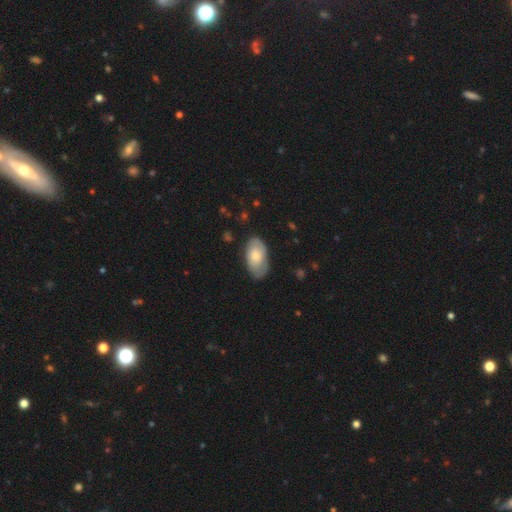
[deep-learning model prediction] Smooth or featured? Predicted: smooth (p=0.65). How rounded? Predicted: in between (p=0.94). Merging? Predicted: none (p=0.68).